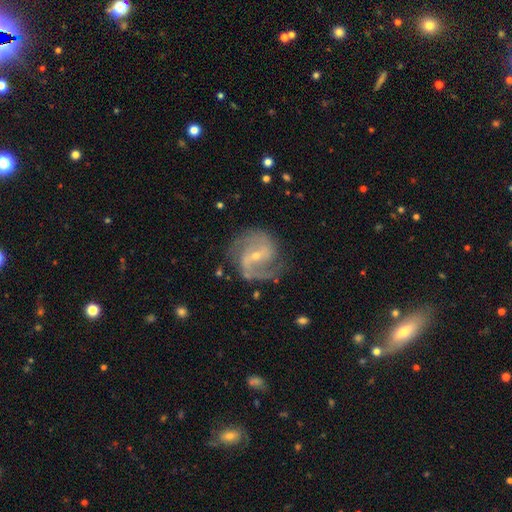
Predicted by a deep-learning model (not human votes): Overall: featured or disk (89%). Edge-on disk: no (98%). Bar: weak (45%; strong 31%). Spiral arms: yes (96%). Spiral arm count: 2 (86%). Spiral winding: medium (56%; tight 23%). Bulge size: small (67%; moderate 30%). Merging: none (75%).